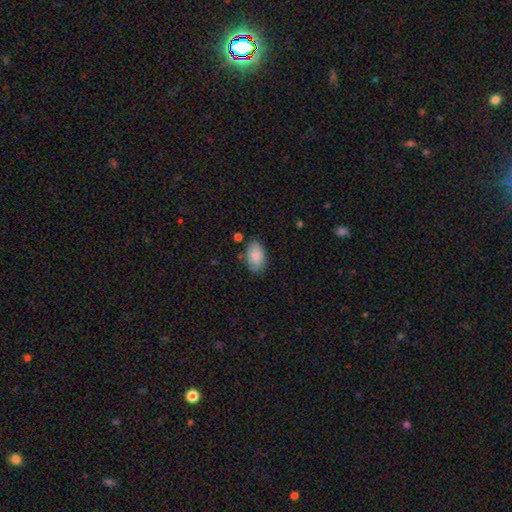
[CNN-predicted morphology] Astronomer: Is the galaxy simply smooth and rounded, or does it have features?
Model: smooth — 84%.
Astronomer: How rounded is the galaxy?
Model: in between — 91%.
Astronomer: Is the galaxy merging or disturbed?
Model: none — 77%.